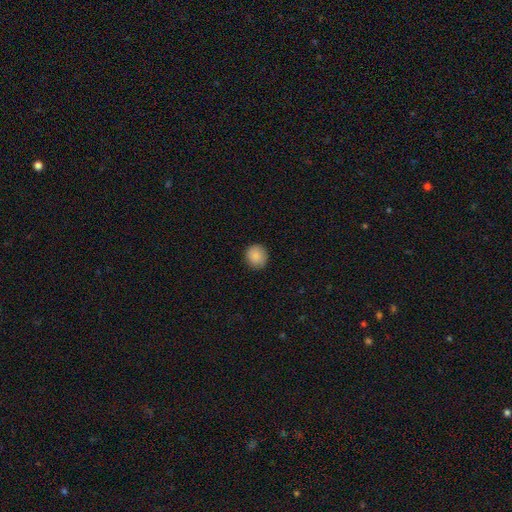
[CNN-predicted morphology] The model was most divided on "how rounded": round: 87%, in between: 12%, cigar-shaped: 1%. More confident: merging — none (90%); smooth or featured — smooth (87%).